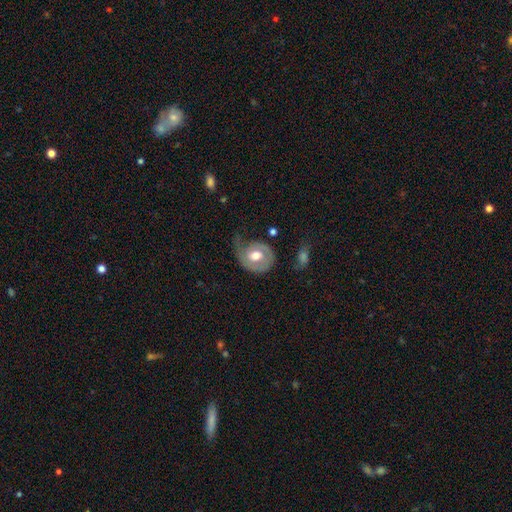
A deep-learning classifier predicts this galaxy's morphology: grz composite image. It shows a featured or disk galaxy (62%) with no bar (65%), spiral arms (80%) and a moderate central bulge (70%). Merging: none (42%).